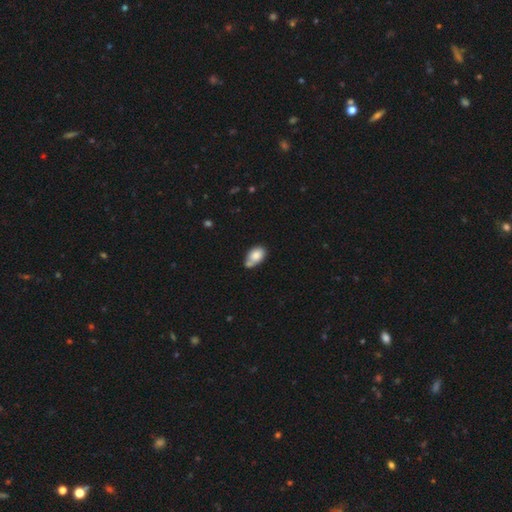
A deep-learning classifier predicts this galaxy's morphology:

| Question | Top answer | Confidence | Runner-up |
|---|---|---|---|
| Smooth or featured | smooth | 82% | featured or disk (11%) |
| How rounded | in between | 87% | round (11%) |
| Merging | none | 43% | merger (28%) |